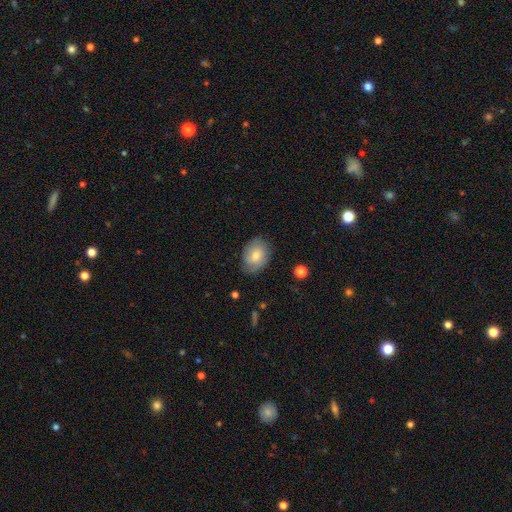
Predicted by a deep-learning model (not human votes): smooth_or_featured: smooth (p=0.60) [alt: featured or disk p=0.32]
how_rounded: in between (p=0.66) [alt: round p=0.32]
merging: none (p=0.77) [alt: minor disturbance p=0.18]